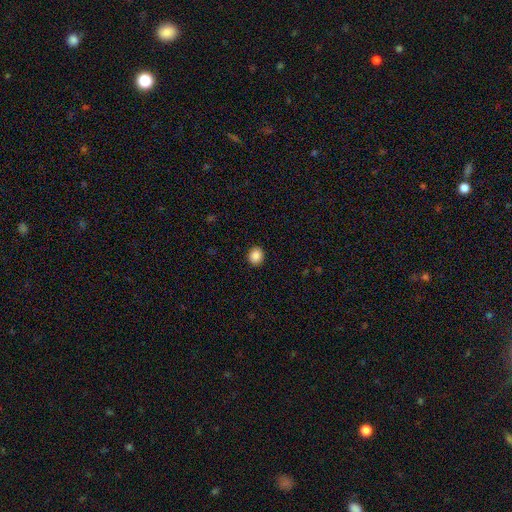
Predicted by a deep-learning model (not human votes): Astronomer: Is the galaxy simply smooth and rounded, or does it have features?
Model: smooth — 87%.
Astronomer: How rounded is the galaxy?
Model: round — 81%.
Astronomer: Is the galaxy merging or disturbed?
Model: none — 91%.